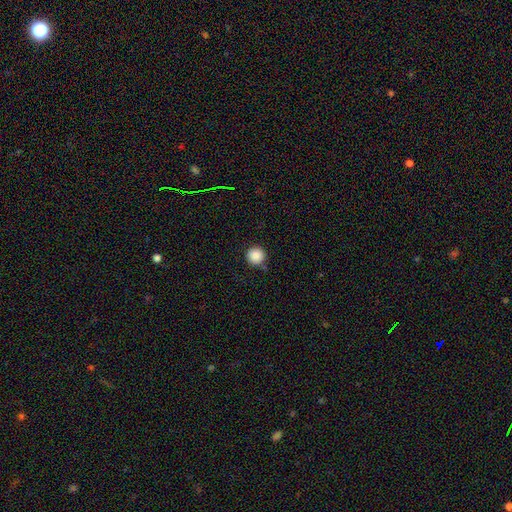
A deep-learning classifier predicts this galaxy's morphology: A smooth galaxy with no disk features (88%) that is round (96%). Merging: none (88%).